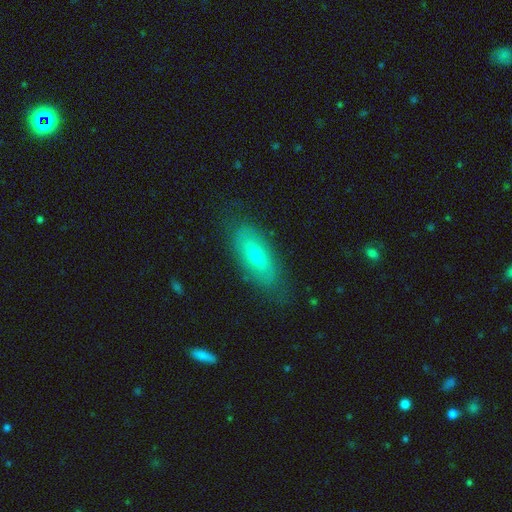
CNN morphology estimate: type=smooth (49%); merging=none (78%).